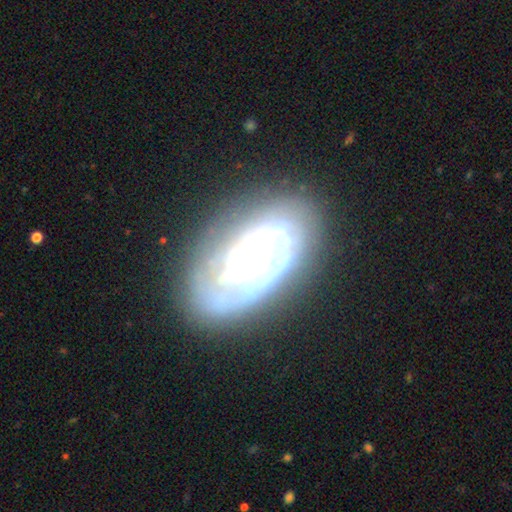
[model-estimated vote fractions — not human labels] Smooth or featured: featured or disk — 77% (smooth — 15%)
Edge-on disk: no — 94% (yes — 6%)
Bar: no — 67% (weak — 21%)
Spiral arms: yes — 86% (no — 14%)
Spiral winding: tight — 69% (medium — 23%)
Spiral arm count: can't tell — 39% (2 — 19%)
Bulge size: moderate — 32% (large — 31%)
Merging: none — 67% (minor disturbance — 19%)